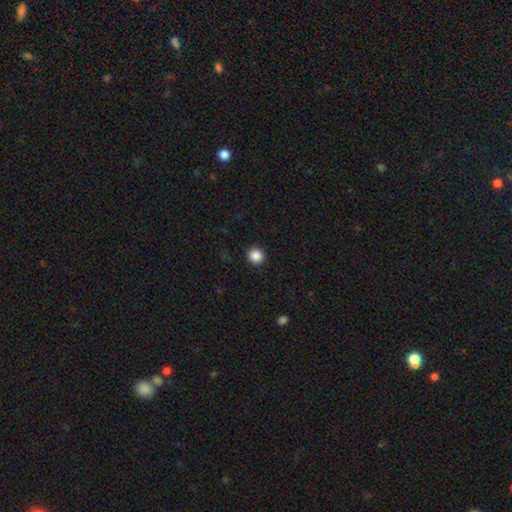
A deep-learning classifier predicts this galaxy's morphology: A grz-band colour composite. It shows a smooth galaxy with no disk features (87%) that is round (94%). Merging: none (93%).